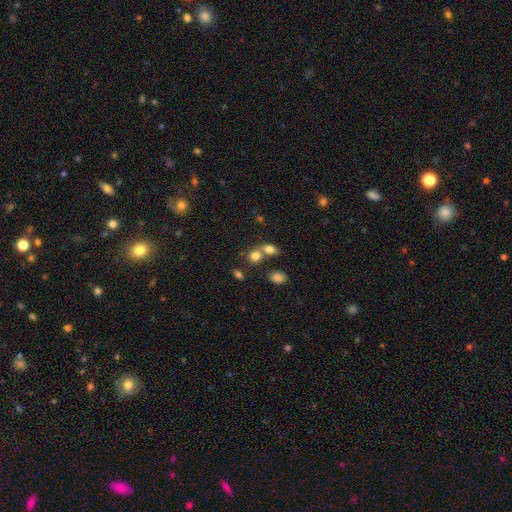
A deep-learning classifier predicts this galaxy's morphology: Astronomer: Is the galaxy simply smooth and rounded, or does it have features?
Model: smooth — 78%.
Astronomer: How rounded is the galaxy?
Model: round — 65%.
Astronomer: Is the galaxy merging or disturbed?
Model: none — 45% (runner-up: merger, 43%).